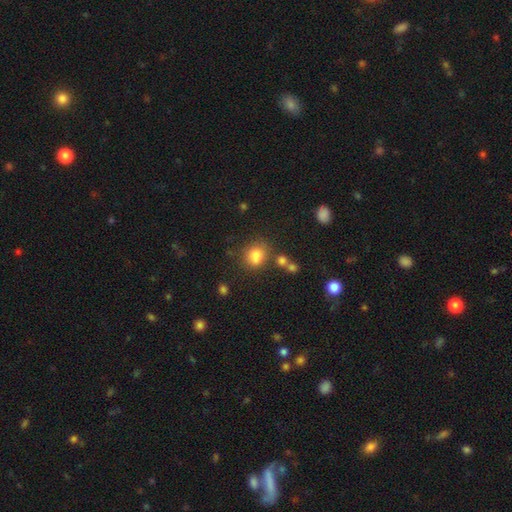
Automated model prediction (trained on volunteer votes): A smooth galaxy with no disk features (79%) that is round (62%).

Vote fractions:
- Smooth or featured? smooth: 79% / star or artifact: 13% / featured or disk: 9%
- How rounded? round: 62% / in between: 37% / cigar-shaped: 1%
- Merging? none: 59% / merger: 17% / minor disturbance: 17% / major disturbance: 7%